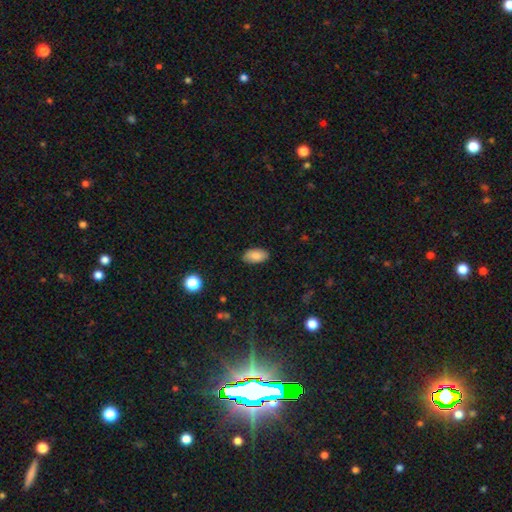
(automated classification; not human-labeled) A smooth galaxy with no disk features (84%) that is in between round and cigar-shaped (94%).

Vote fractions:
- Smooth or featured? smooth: 84% / featured or disk: 8% / star or artifact: 8%
- How rounded? in between: 94% / round: 4% / cigar-shaped: 2%
- Merging? none: 85% / minor disturbance: 12% / major disturbance: 2% / merger: 1%